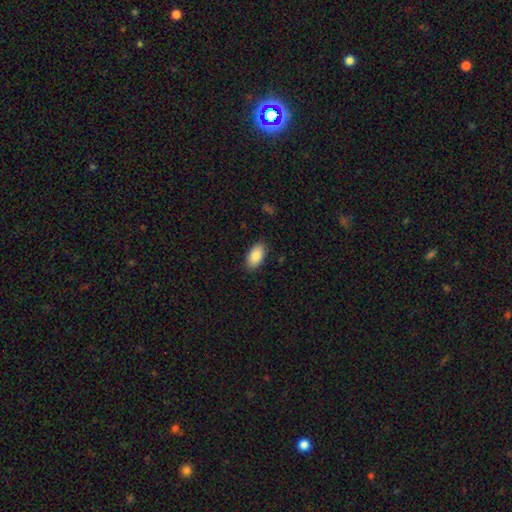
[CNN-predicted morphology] type=smooth (87%); roundness=in between (94%); merging=none (87%).